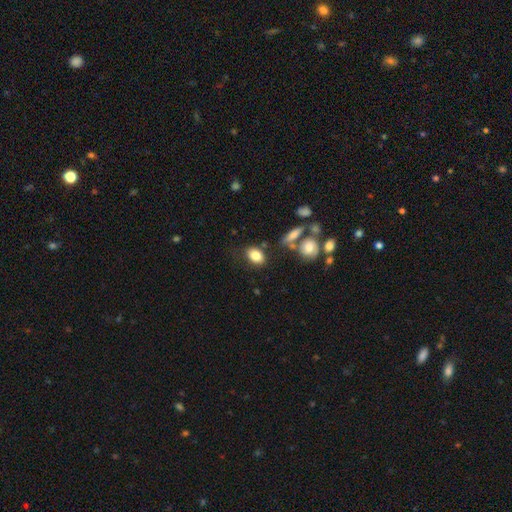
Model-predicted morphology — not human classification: smooth_or_featured: smooth (p=0.82) [alt: featured or disk p=0.09]
how_rounded: in between (p=0.79) [alt: round p=0.19]
merging: none (p=0.72) [alt: minor disturbance p=0.14]